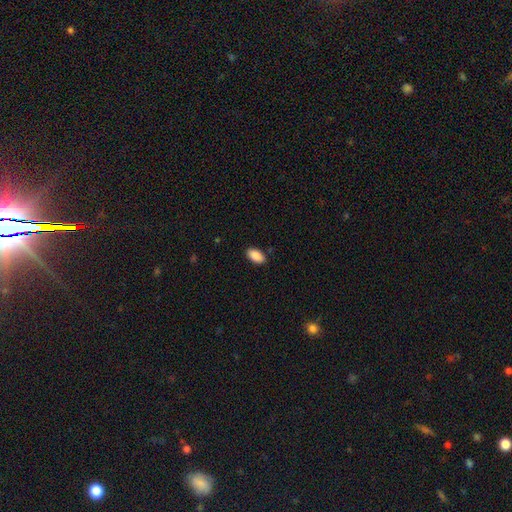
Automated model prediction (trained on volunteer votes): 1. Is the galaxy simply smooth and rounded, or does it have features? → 90% smooth, 7% star or artifact, 3% featured or disk.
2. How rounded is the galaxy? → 94% in between, 3% cigar-shaped, 3% round.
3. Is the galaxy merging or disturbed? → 88% none, 9% minor disturbance, 2% major disturbance, 1% merger.